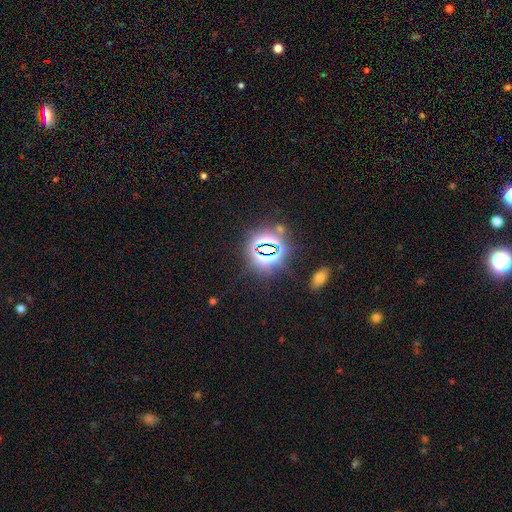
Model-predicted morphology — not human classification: smooth_or_featured: star or artifact (p=0.79) [alt: smooth p=0.14]